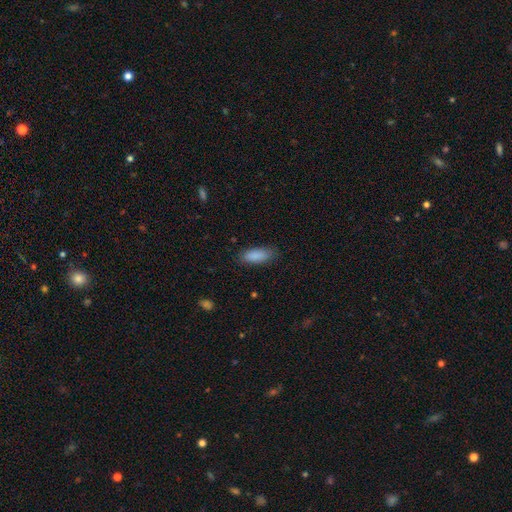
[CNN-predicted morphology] Overall: smooth (88%). How rounded: in between (76%). Merging: none (82%).